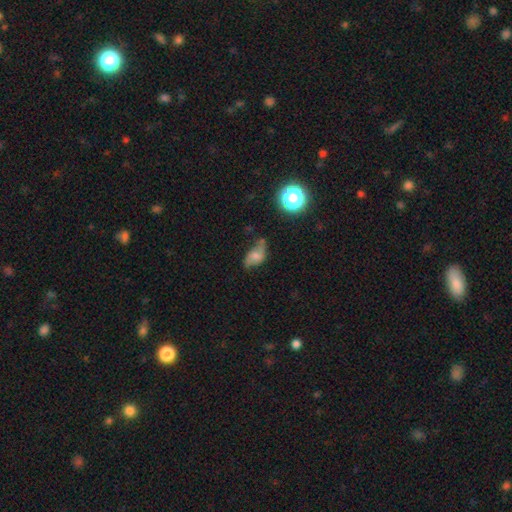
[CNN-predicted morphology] This is possibly a smooth galaxy (47%). Merging: marginally none (40%).